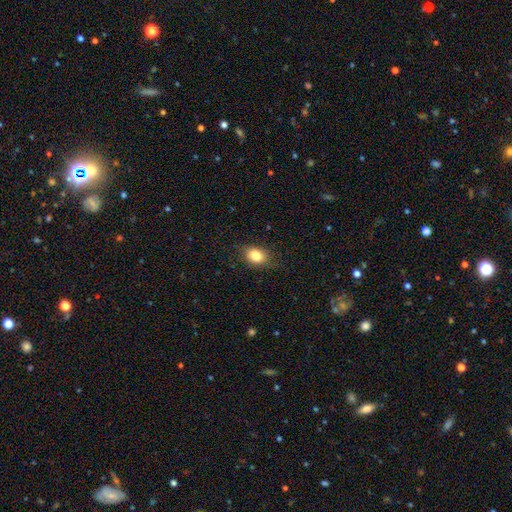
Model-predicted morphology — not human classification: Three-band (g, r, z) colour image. It shows a smooth galaxy with no disk features (82%) that is in between round and cigar-shaped (67%). Merging: none (80%).